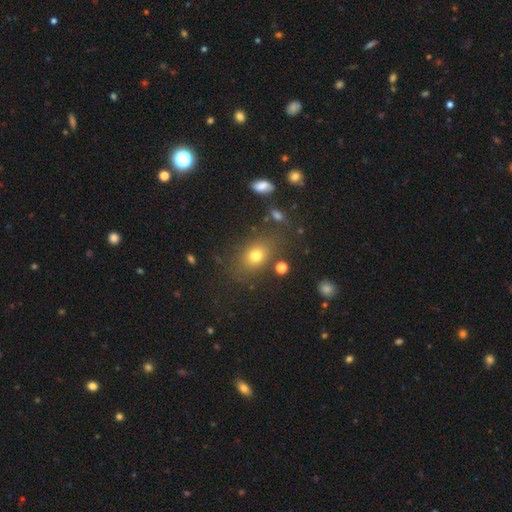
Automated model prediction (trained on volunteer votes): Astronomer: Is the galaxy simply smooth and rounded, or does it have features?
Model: smooth — 73%.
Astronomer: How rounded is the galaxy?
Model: in between — 57% (runner-up: round, 42%).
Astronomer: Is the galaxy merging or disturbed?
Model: none — 75%.